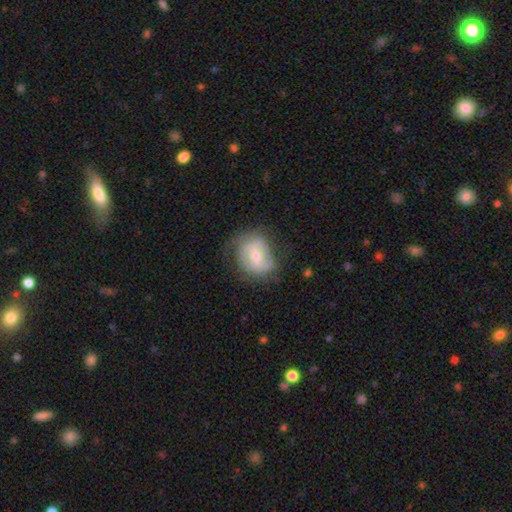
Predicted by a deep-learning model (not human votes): The model was most divided on "bulge size": moderate: 52%, small: 43%, large: 3%, none: 1%, dominant: 1%. Remaining: edge-on disk — no (96%); spiral arms — yes (67%); merging — none (57%); smooth or featured — featured or disk (57%); bar — weak (45%).